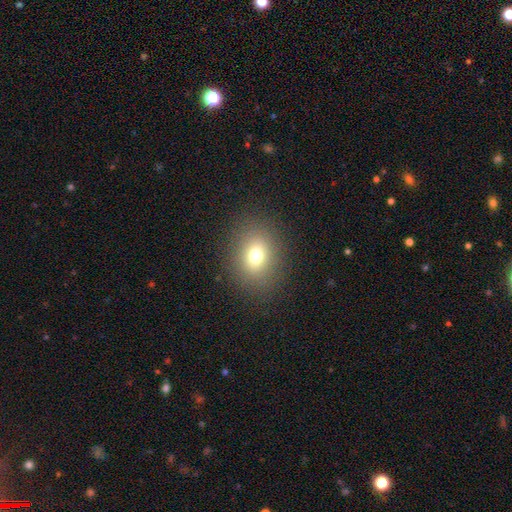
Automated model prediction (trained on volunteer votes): A smooth galaxy with no disk features (74%) that is round (53%).

Vote fractions:
- Smooth or featured? smooth: 74% / star or artifact: 15% / featured or disk: 11%
- How rounded? round: 53% / in between: 46% / cigar-shaped: 1%
- Merging? none: 87% / minor disturbance: 8% / major disturbance: 4% / merger: 1%